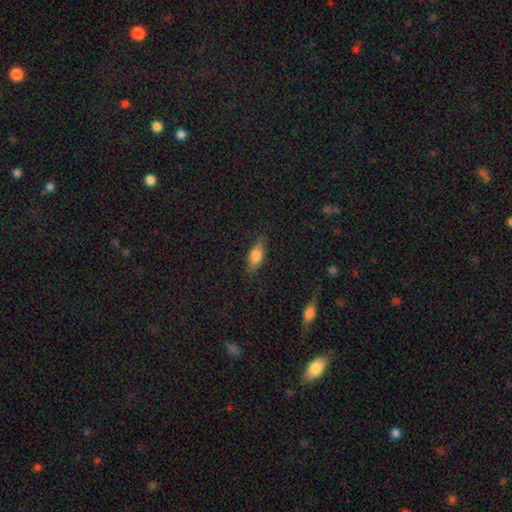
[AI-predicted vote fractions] This appears to be a smooth galaxy with no disk features (72%) that is in between round and cigar-shaped (73%). Merging: none (82%).